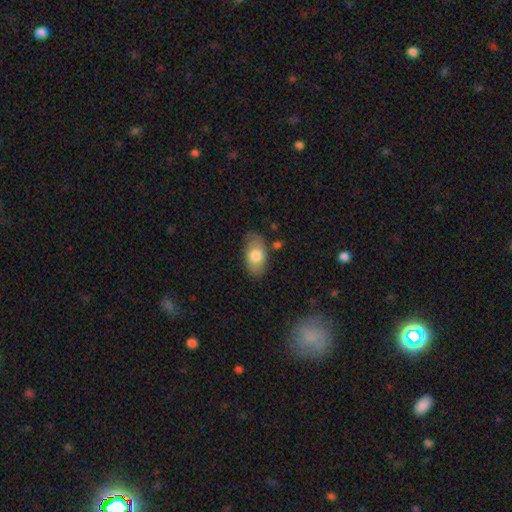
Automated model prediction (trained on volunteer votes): This appears to be a smooth galaxy with no disk features (76%) that is in between round and cigar-shaped (93%). Merging: none (73%).